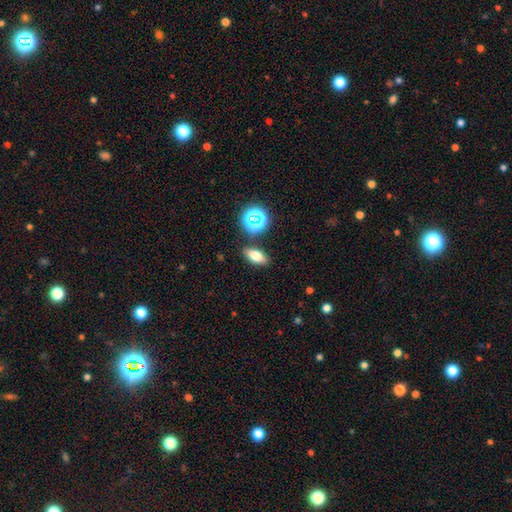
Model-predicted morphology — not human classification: type=smooth (71%); roundness=in between (78%); merging=none (84%).